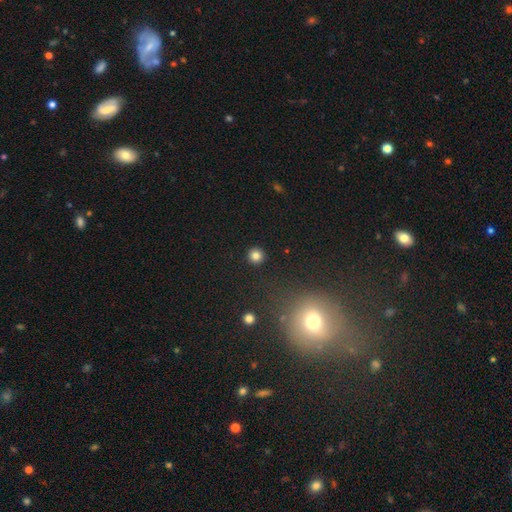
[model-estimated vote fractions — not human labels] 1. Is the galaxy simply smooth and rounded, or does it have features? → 82% smooth, 13% star or artifact, 5% featured or disk.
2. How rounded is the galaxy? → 94% round, 5% in between, 1% cigar-shaped.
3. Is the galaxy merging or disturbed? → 92% none, 5% minor disturbance, 2% major disturbance, 1% merger.